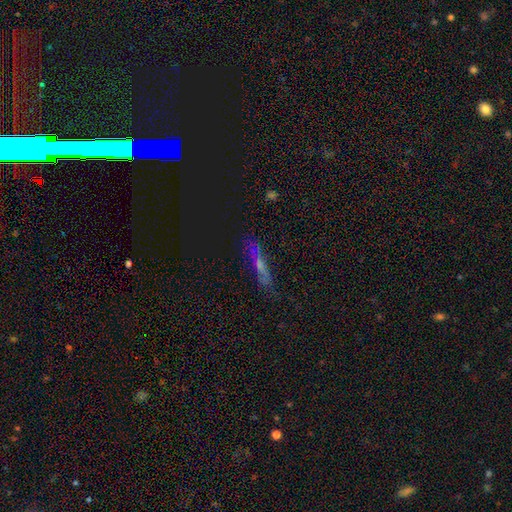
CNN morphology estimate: This is possibly a featured or disk galaxy (51%). It is likely viewed edge-on (72%). Merging: likely none (77%).